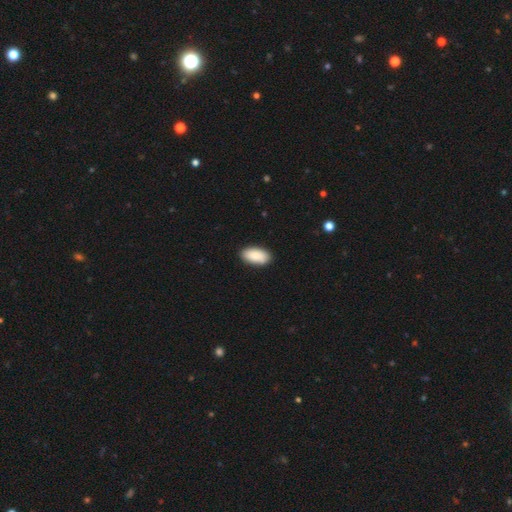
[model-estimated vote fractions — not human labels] Overall: smooth (90%). How rounded: in between (95%). Merging: none (89%).